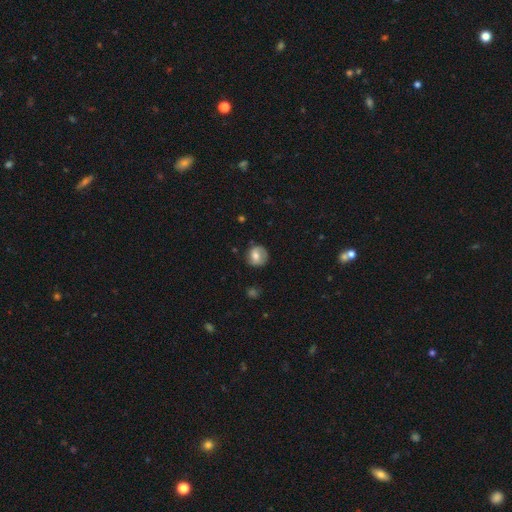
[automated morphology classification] smooth 62%, featured or disk 30%, star or artifact 8%. Down the decision tree: how rounded — round (85%); merging — none (74%).